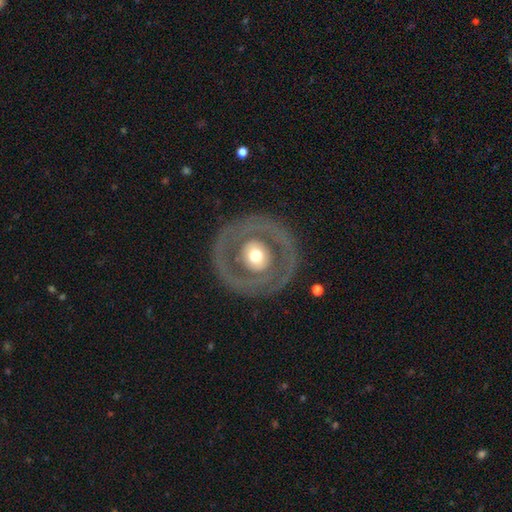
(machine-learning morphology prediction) Smooth or featured? Predicted: featured or disk (p=0.60). Edge-on disk? Predicted: no (p=0.95). Bar? Predicted: no (p=0.83). Spiral arms? Predicted: no (p=0.84). Bulge size? Predicted: moderate (p=0.63). Merging? Predicted: none (p=0.81).